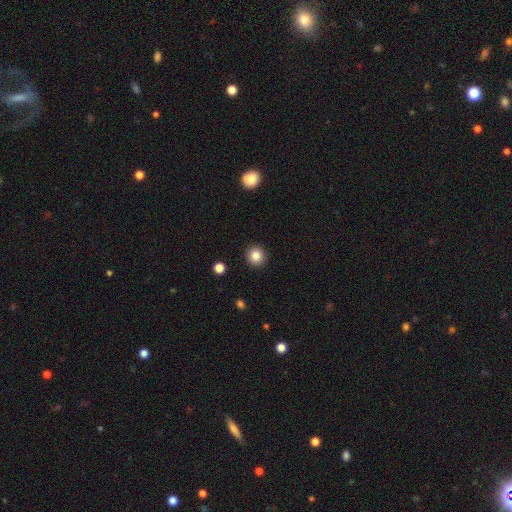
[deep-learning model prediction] Smooth or featured: smooth — 85% (star or artifact — 10%)
How rounded: round — 93% (in between — 6%)
Merging: none — 93% (minor disturbance — 5%)